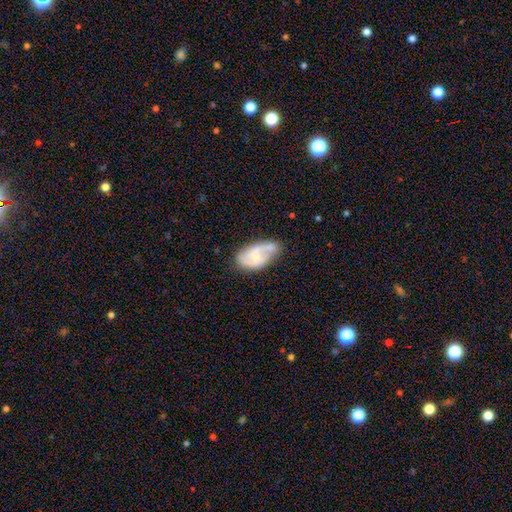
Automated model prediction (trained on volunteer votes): Morphology: type=featured or disk (56%); edge-on=no (96%); bar=no (48%); spiral arms=yes (72%); bulge=small (50%); merging=none (42%).